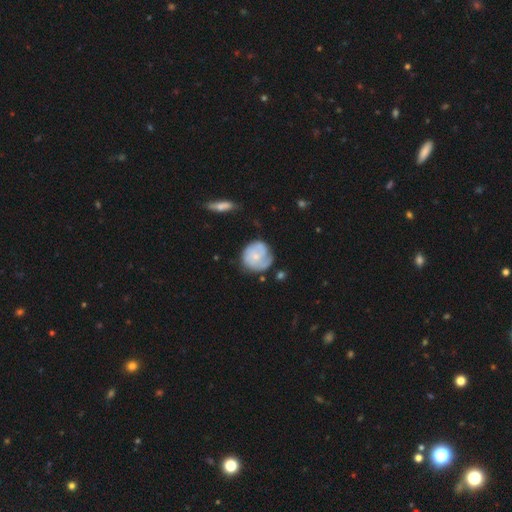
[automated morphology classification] Smooth or featured? featured or disk (59%)
Edge-on disk? no (98%)
Bar? no (81%)
Spiral arms? yes (81%)
Bulge size? small (69%)
Merging? none (62%)